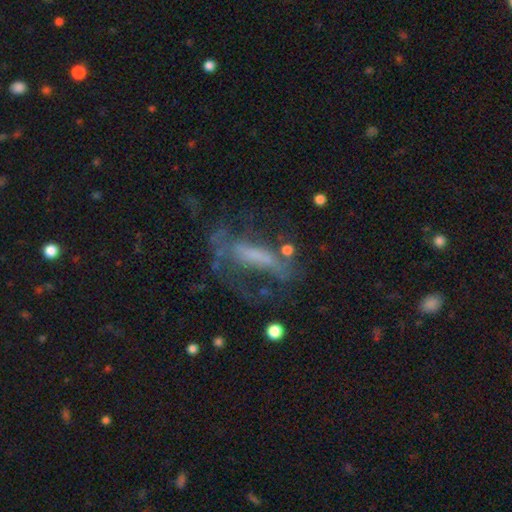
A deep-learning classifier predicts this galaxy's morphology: A featured or disk galaxy (62%) with a strong bar (37%), spiral arms (52%) and no central bulge (42%).

Vote fractions:
- Smooth or featured? featured or disk: 62% / smooth: 23% / star or artifact: 15%
- Edge-on disk? no: 82% / yes: 18%
- Bar? strong: 37% / no: 35% / weak: 27%
- Spiral arms? yes: 52% / no: 48%
- Bulge size? none: 42% / small: 28% / moderate: 20% / large: 8% / dominant: 2%
- Merging? none: 40% / major disturbance: 36% / minor disturbance: 18% / merger: 6%